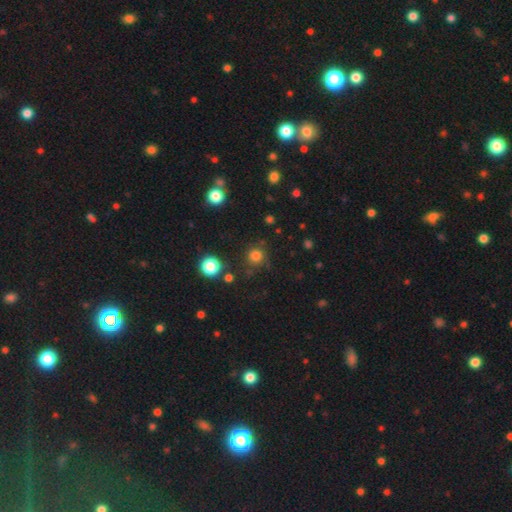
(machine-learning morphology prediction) smooth_or_featured: smooth (p=0.78) [alt: star or artifact p=0.17]
how_rounded: round (p=0.93) [alt: in between p=0.06]
merging: none (p=0.82) [alt: minor disturbance p=0.10]